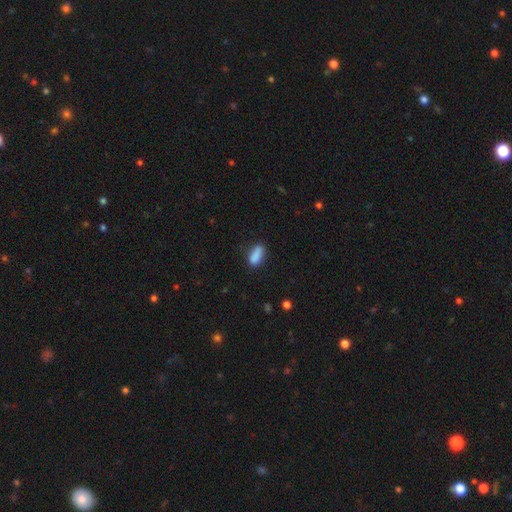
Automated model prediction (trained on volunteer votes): Morphology: type=smooth (86%); roundness=in between (78%); merging=none (71%).